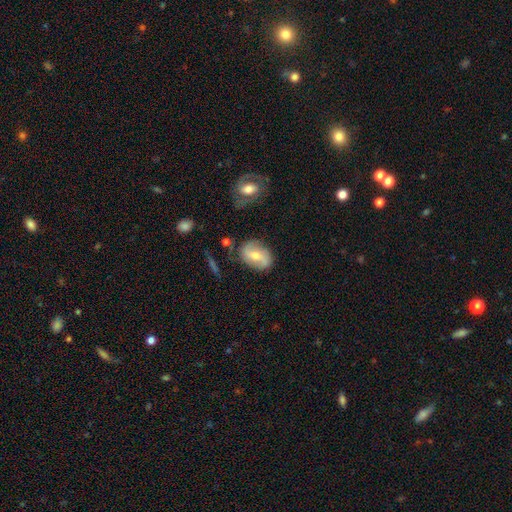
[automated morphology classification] Smooth or featured: featured or disk — 64% (smooth — 29%)
Edge-on disk: no — 95% (yes — 5%)
Bar: weak — 40% (no — 33%)
Spiral arms: yes — 86% (no — 14%)
Spiral winding: loose — 52% (medium — 33%)
Spiral arm count: 2 — 88% (can't tell — 6%)
Bulge size: moderate — 56% (small — 38%)
Merging: none — 77% (minor disturbance — 16%)